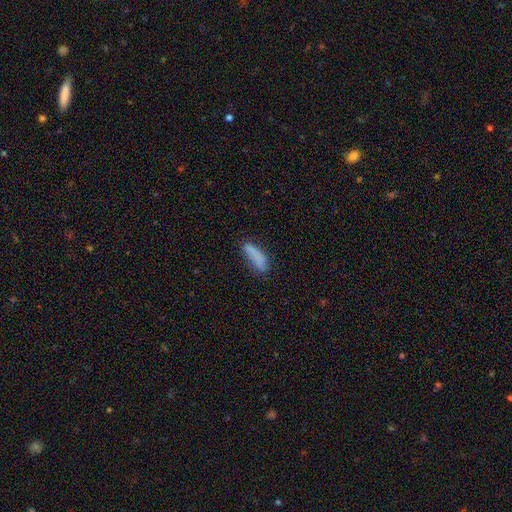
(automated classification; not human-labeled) Smooth or featured?
  - smooth: 81% *
  - featured or disk: 10%
  - star or artifact: 9%
How rounded?
  - in between: 51% *
  - cigar-shaped: 47%
  - round: 2%
Merging?
  - none: 60% *
  - minor disturbance: 26%
  - major disturbance: 9%
  - merger: 4%